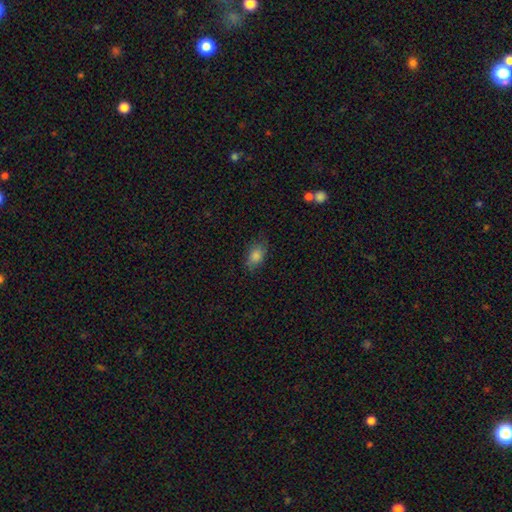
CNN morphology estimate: Smooth or featured?
  - smooth: 83% *
  - star or artifact: 10%
  - featured or disk: 7%
How rounded?
  - in between: 84% *
  - round: 13%
  - cigar-shaped: 3%
Merging?
  - none: 76% *
  - minor disturbance: 18%
  - major disturbance: 5%
  - merger: 1%